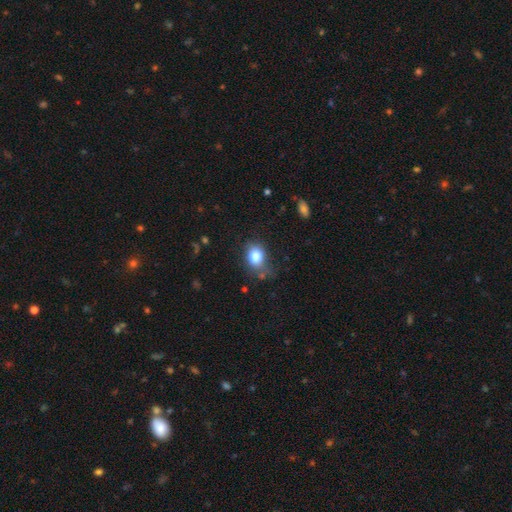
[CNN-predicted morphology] A smooth galaxy with no disk features (82%) that is in between round and cigar-shaped (52%). Merging: none (57%).